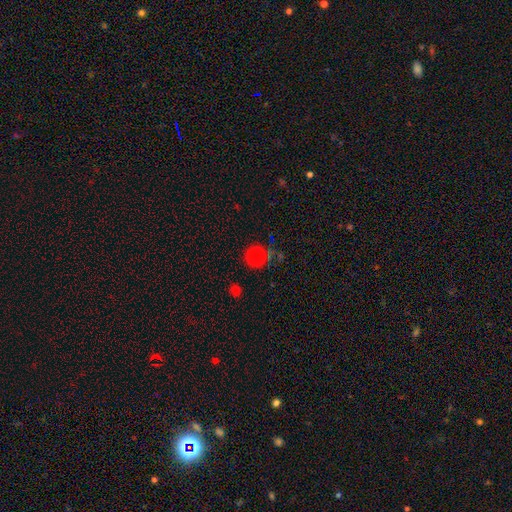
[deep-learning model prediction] Smooth or featured? smooth (68%)
How rounded? round (88%)
Merging? none (72%)